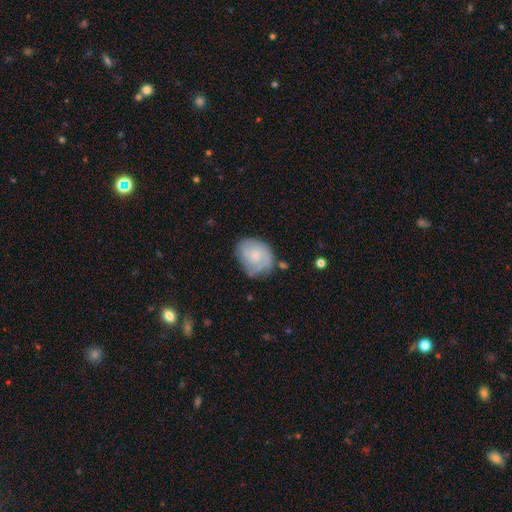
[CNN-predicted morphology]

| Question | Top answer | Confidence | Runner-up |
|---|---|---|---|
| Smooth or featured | smooth | 53% | featured or disk (40%) |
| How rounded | in between | 51% | round (48%) |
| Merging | none | 56% | minor disturbance (30%) |